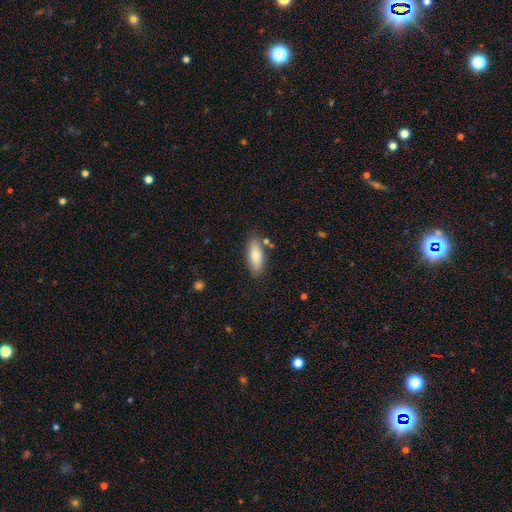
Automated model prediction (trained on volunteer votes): A smooth galaxy with no disk features (80%) that is in between round and cigar-shaped (68%).

Vote fractions:
- Smooth or featured? smooth: 80% / featured or disk: 14% / star or artifact: 6%
- How rounded? in between: 68% / cigar-shaped: 30% / round: 2%
- Merging? none: 80% / minor disturbance: 12% / merger: 4% / major disturbance: 3%